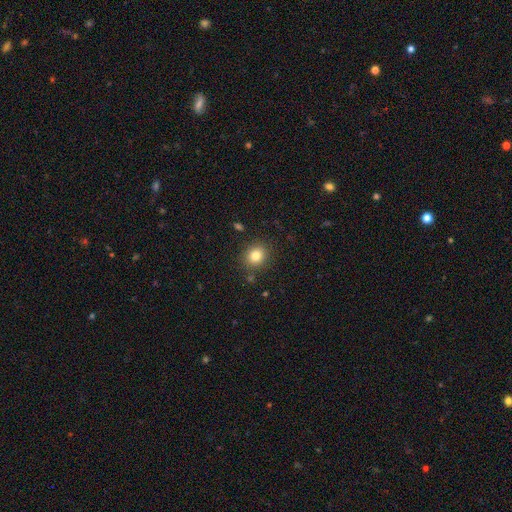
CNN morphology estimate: Overall: smooth (82%). How rounded: round (77%). Merging: none (86%).